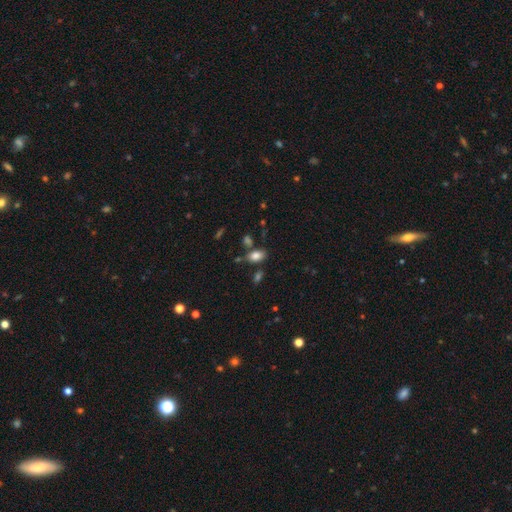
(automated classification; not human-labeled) smooth_or_featured: smooth (p=0.82) [alt: star or artifact p=0.11]
how_rounded: in between (p=0.89) [alt: round p=0.09]
merging: none (p=0.71) [alt: minor disturbance p=0.14]